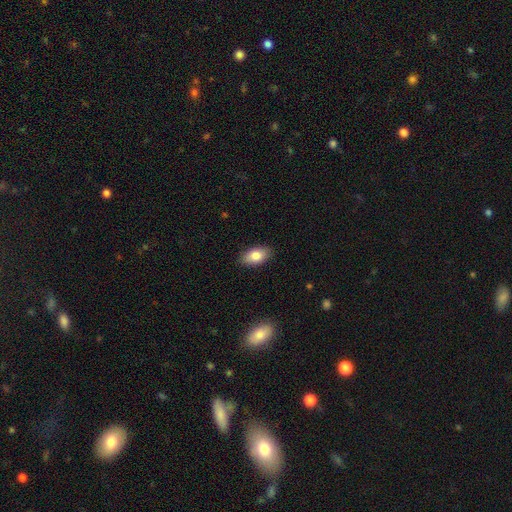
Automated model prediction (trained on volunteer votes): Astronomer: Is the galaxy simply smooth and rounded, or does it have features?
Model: smooth — 82%.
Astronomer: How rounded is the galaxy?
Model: in between — 91%.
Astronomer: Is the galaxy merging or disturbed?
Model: none — 87%.